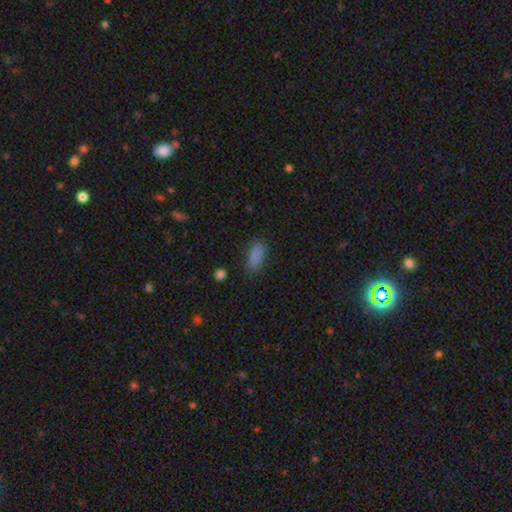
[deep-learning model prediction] Smooth or featured: smooth — 85% (star or artifact — 10%)
How rounded: in between — 83% (cigar-shaped — 14%)
Merging: none — 81% (minor disturbance — 14%)